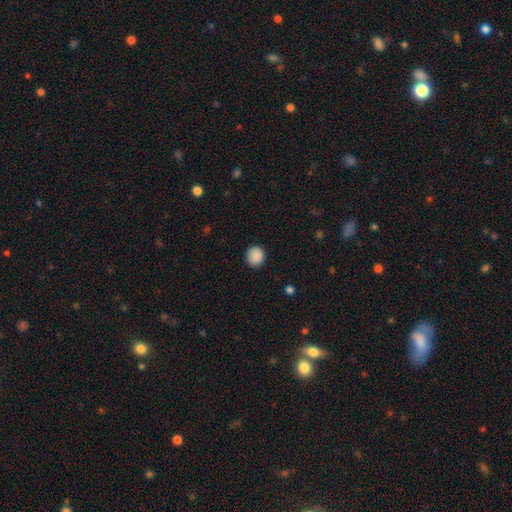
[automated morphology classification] A smooth galaxy with no disk features (90%) that is round (80%). Merging: none (89%).